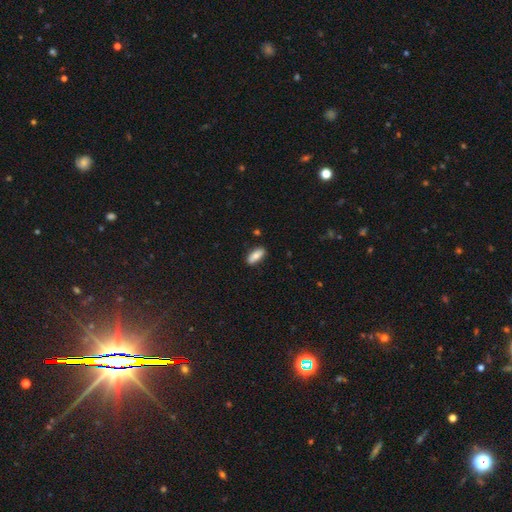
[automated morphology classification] smooth 81%, featured or disk 12%, star or artifact 6%. Down the decision tree: how rounded — in between (79%); merging — none (87%).